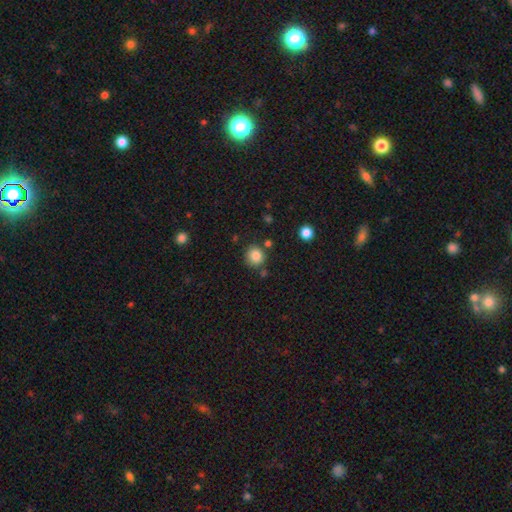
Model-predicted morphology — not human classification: type=smooth (84%); roundness=round (90%); merging=none (79%).